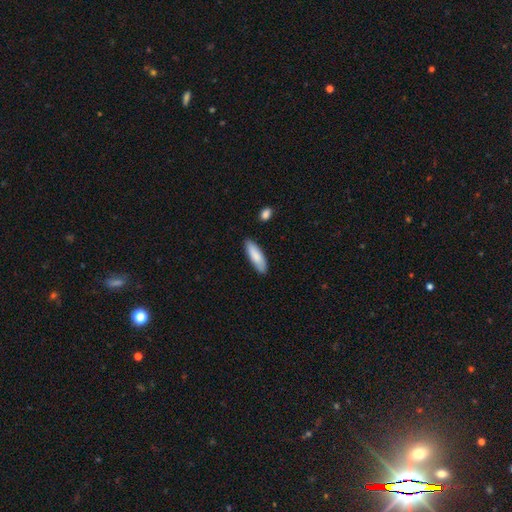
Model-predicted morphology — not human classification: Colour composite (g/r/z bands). It shows a smooth galaxy with no disk features (84%) that is cigar-shaped (50%). Merging: none (85%).